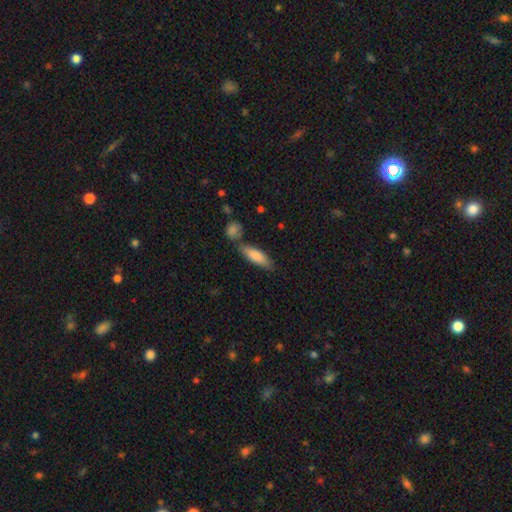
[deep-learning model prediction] smooth-or-featured: smooth: 81% | featured or disk: 13% | star or artifact: 6%
  how-rounded: cigar-shaped: 49% (tied) | in between: 49% (tied) | round: 2%
  merging: none: 68% | minor disturbance: 15% | merger: 14% | major disturbance: 4%